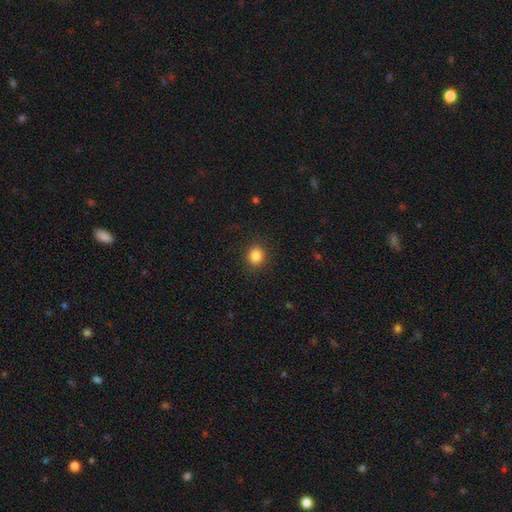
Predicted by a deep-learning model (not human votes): Smooth or featured: smooth — 86% (star or artifact — 11%)
How rounded: round — 75% (in between — 24%)
Merging: none — 89% (minor disturbance — 7%)